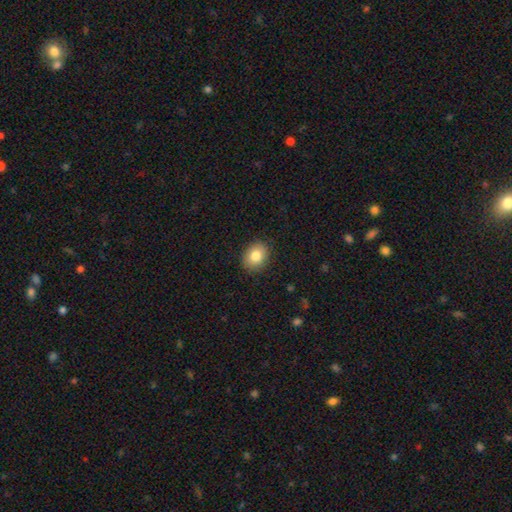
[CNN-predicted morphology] The model was most divided on "how rounded": in between: 52%, round: 47%, cigar-shaped: 1%. More confident: merging — none (89%); smooth or featured — smooth (83%).